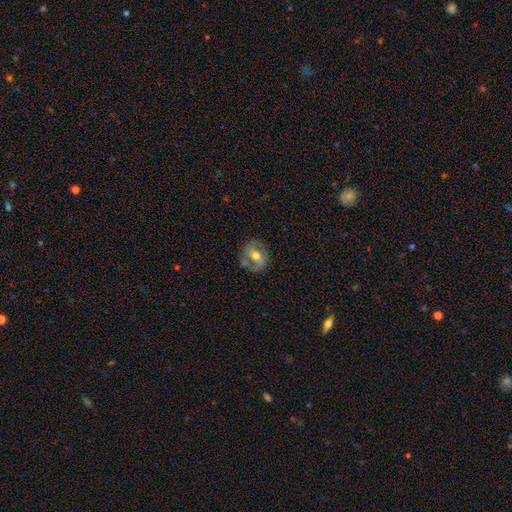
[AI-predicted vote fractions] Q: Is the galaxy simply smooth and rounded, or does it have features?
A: featured or disk — 61%.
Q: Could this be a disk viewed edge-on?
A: no — 94%.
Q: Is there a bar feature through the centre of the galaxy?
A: weak — 37%.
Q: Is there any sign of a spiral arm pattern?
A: yes — 69%.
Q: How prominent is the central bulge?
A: moderate — 72%.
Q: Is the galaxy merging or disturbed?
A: none — 67%.